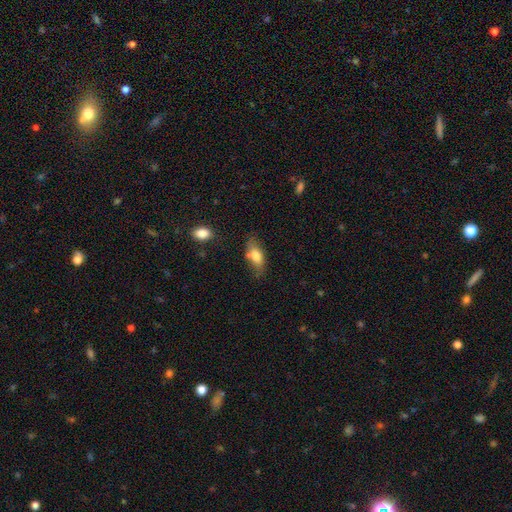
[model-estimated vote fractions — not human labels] This is likely a smooth galaxy (73%). How rounded: clearly in between (82%). Merging: possibly none (59%).